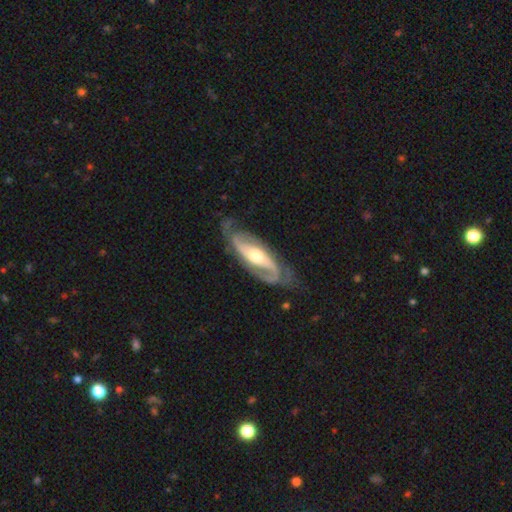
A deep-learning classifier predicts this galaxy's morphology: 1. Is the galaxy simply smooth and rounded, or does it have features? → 89% featured or disk, 7% smooth, 4% star or artifact.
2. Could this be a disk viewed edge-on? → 92% no, 8% yes.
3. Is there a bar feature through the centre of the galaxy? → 48% no, 29% weak, 23% strong.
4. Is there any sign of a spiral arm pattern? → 97% yes, 3% no.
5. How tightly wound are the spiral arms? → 49% medium, 31% tight, 21% loose.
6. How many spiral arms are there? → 90% 2, 4% can't tell, 2% 1, 2% 3, 1% 4, 1% more than 4.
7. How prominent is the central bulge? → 67% moderate, 17% small, 13% large, 1% none, 1% dominant.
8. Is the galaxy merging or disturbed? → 73% none, 18% minor disturbance, 8% major disturbance, 2% merger.